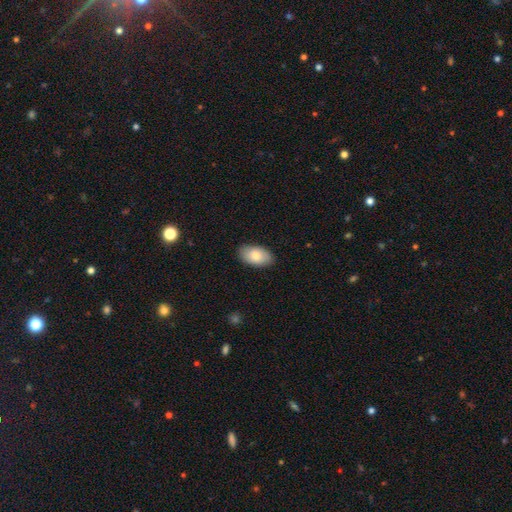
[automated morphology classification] Smooth or featured?
  - smooth: 81% *
  - featured or disk: 12%
  - star or artifact: 6%
How rounded?
  - in between: 94% *
  - round: 4%
  - cigar-shaped: 1%
Merging?
  - none: 86% *
  - minor disturbance: 11%
  - major disturbance: 2%
  - merger: 1%